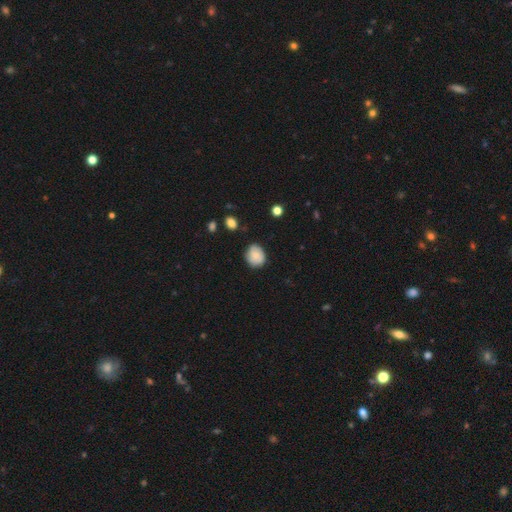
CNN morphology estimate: smooth 76%, featured or disk 15%, star or artifact 8%. Down the decision tree: how rounded — round (65%); merging — none (70%).